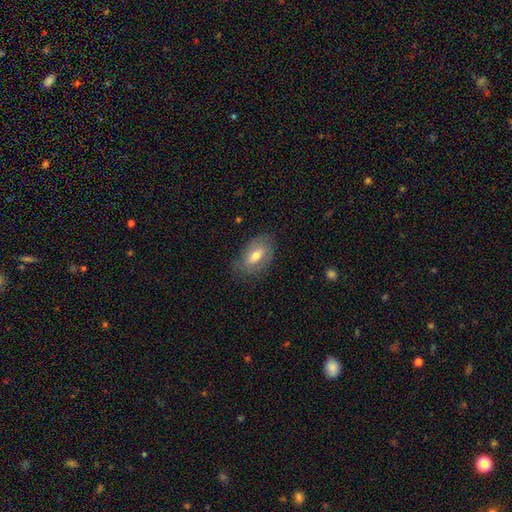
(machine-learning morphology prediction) smooth 59%, featured or disk 33%, star or artifact 7%. Down the decision tree: how rounded — in between (89%); merging — none (75%).